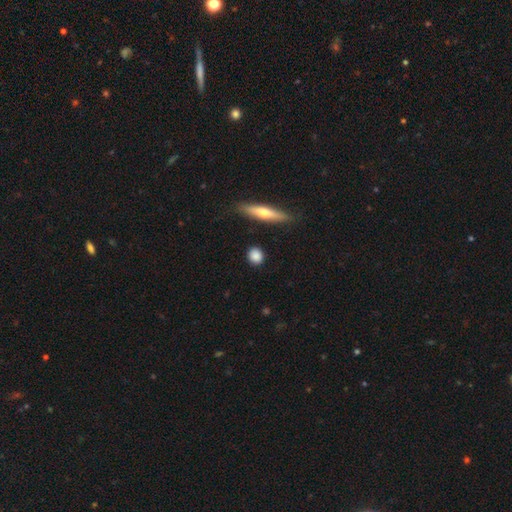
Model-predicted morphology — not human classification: smooth_or_featured: smooth (p=0.85) [alt: featured or disk p=0.08]
how_rounded: round (p=0.77) [alt: in between p=0.16]
merging: none (p=0.87) [alt: minor disturbance p=0.08]